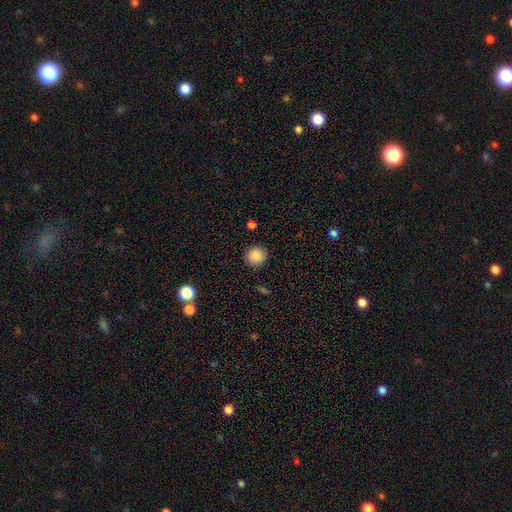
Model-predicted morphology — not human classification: This is clearly a smooth galaxy (87%). How rounded: clearly round (93%). Merging: clearly none (87%).